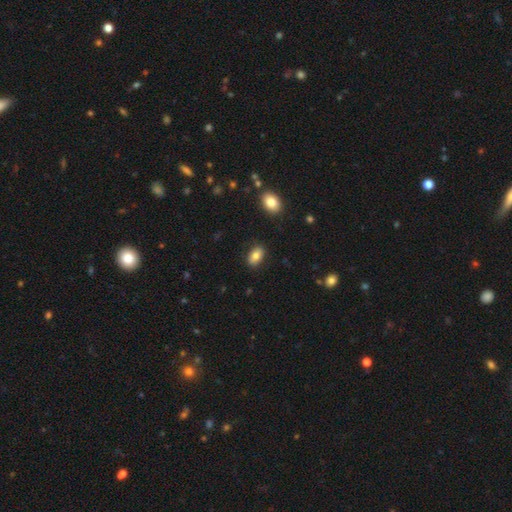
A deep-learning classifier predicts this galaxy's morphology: smooth 83%, featured or disk 9%, star or artifact 8%. Down the decision tree: how rounded — in between (89%); merging — none (86%).